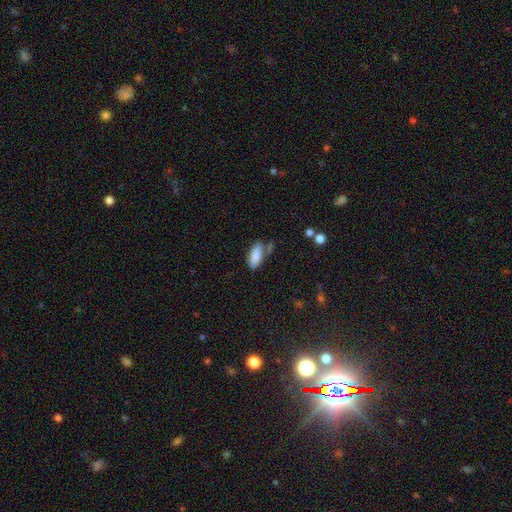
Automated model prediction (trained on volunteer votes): Smooth or featured: smooth — 85% (featured or disk — 8%)
How rounded: in between — 81% (cigar-shaped — 17%)
Merging: none — 59% (minor disturbance — 21%)